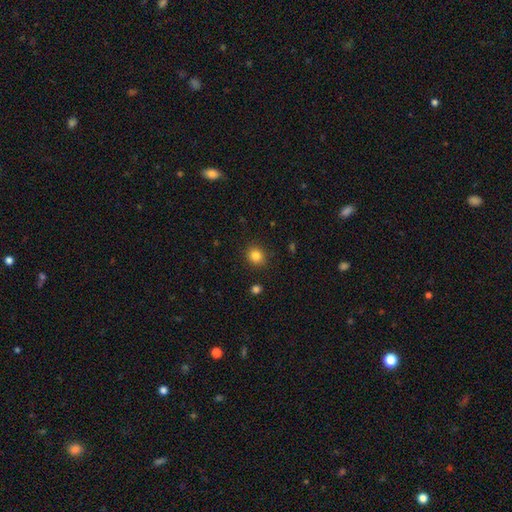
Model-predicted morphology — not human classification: Overall: smooth (84%). How rounded: round (79%). Merging: none (88%).